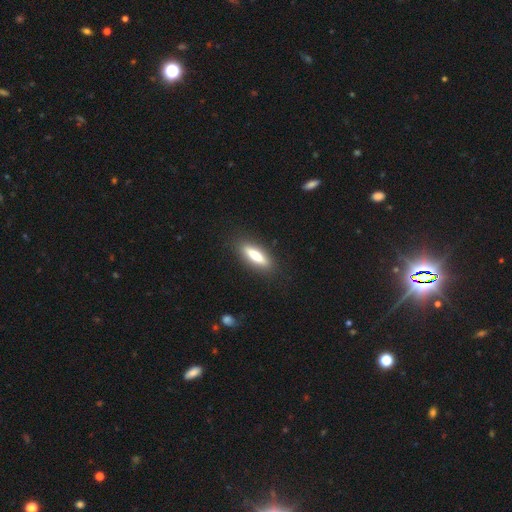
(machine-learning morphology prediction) Smooth or featured? Predicted: smooth (p=0.69). How rounded? Predicted: cigar-shaped (p=0.61). Merging? Predicted: none (p=0.88).